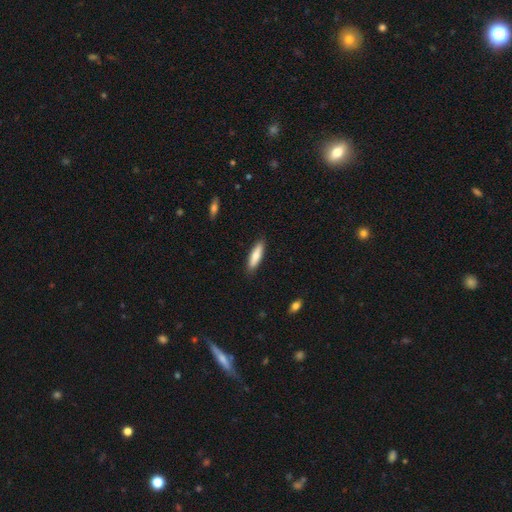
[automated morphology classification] smooth 78%, featured or disk 16%, star or artifact 6%. Down the decision tree: how rounded — cigar-shaped (67%); merging — none (89%).